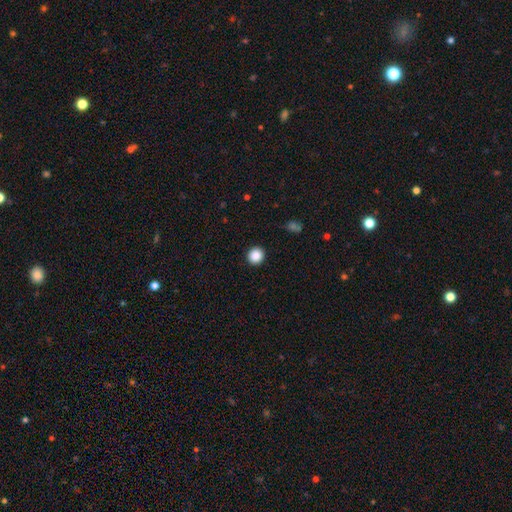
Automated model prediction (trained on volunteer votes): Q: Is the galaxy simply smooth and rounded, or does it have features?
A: smooth — 88%.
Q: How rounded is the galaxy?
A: round — 91%.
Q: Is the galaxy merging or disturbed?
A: none — 92%.